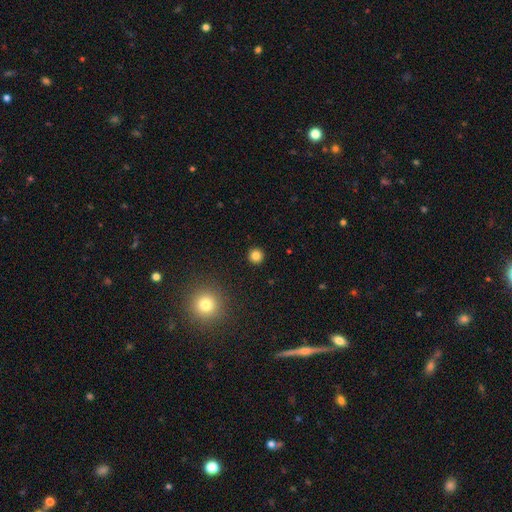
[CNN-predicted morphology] smooth 83%, star or artifact 13%, featured or disk 4%. Down the decision tree: how rounded — round (95%); merging — none (93%).